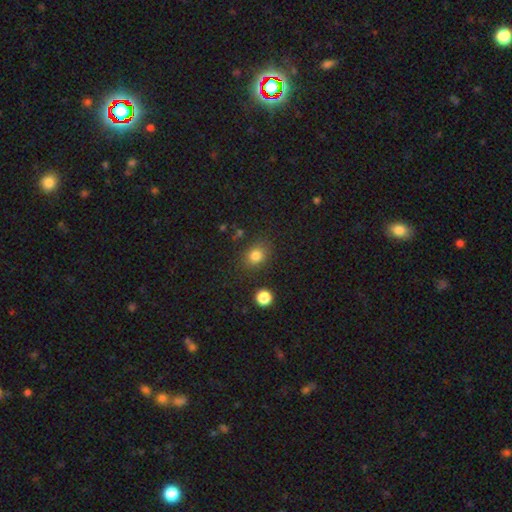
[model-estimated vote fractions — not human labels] This appears to be a smooth galaxy with no disk features (81%) that is round (60%). Merging: none (81%).